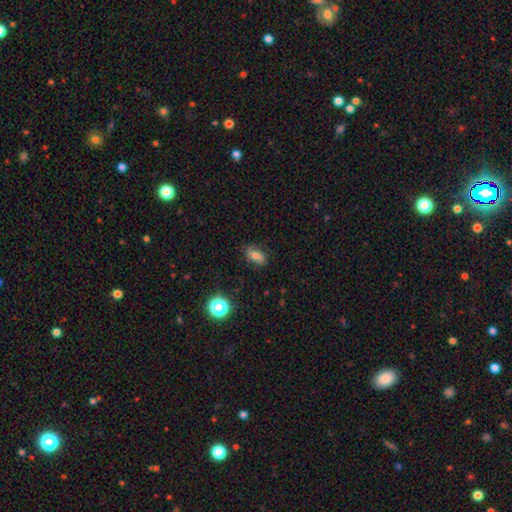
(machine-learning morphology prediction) Q: Smooth or featured?
A: smooth (64%); runner-up: featured or disk (23%)
Q: How rounded?
A: in between (83%); runner-up: round (12%)
Q: Merging?
A: none (76%); runner-up: minor disturbance (18%)